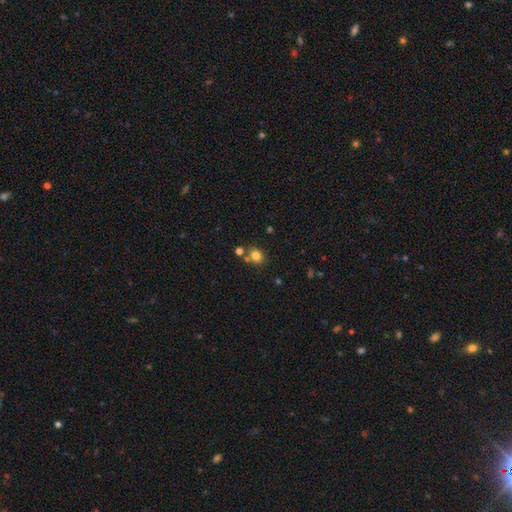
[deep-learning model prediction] Morphology: type=smooth (79%); roundness=round (58%); merging=none (68%).